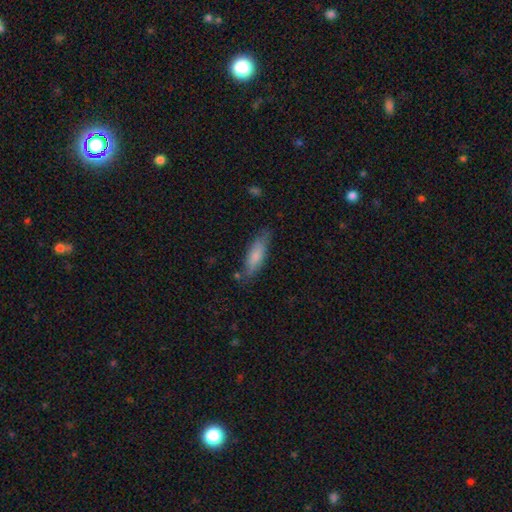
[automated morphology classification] Smooth or featured?
  - smooth: 77% *
  - featured or disk: 17%
  - star or artifact: 6%
How rounded?
  - cigar-shaped: 53% *
  - in between: 45%
  - round: 2%
Merging?
  - none: 73% *
  - minor disturbance: 19%
  - major disturbance: 4%
  - merger: 3%